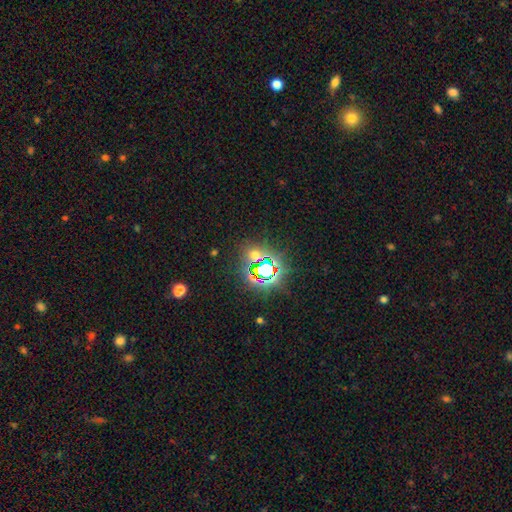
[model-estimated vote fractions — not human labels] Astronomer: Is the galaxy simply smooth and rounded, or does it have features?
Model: star or artifact — 65%.